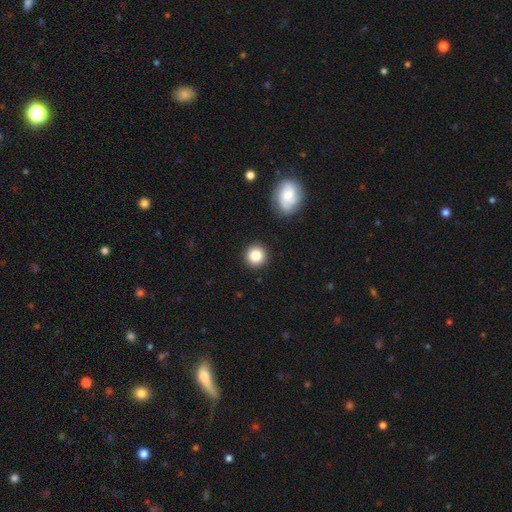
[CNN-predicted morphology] This is clearly a smooth galaxy (85%). How rounded: clearly round (93%). Merging: clearly none (91%).